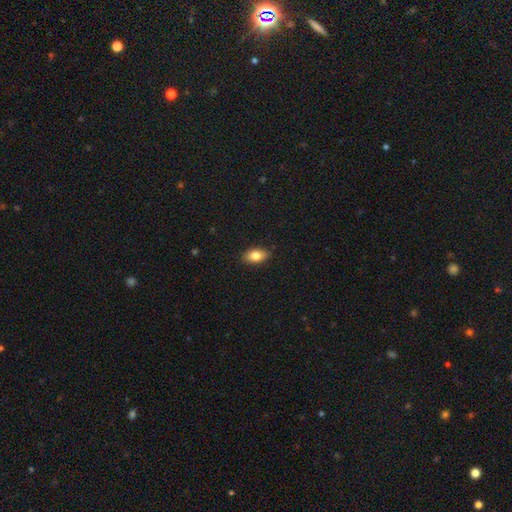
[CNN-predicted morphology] Smooth or featured? Predicted: smooth (p=0.82). How rounded? Predicted: in between (p=0.91). Merging? Predicted: none (p=0.88).